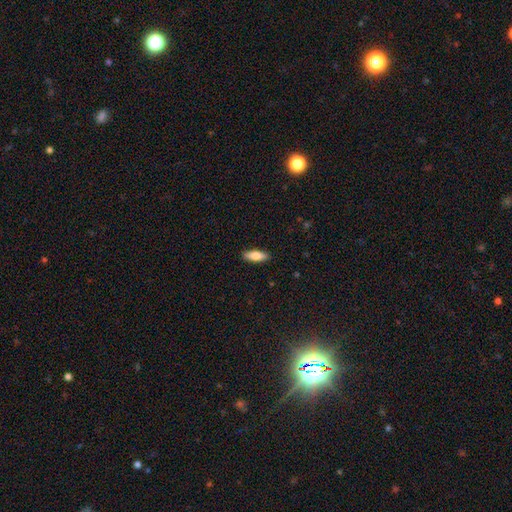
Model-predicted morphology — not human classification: Smooth or featured?
  - smooth: 80% *
  - featured or disk: 15%
  - star or artifact: 6%
How rounded?
  - in between: 62% *
  - cigar-shaped: 36%
  - round: 2%
Merging?
  - none: 90% *
  - minor disturbance: 8%
  - major disturbance: 2%
  - merger: 1%